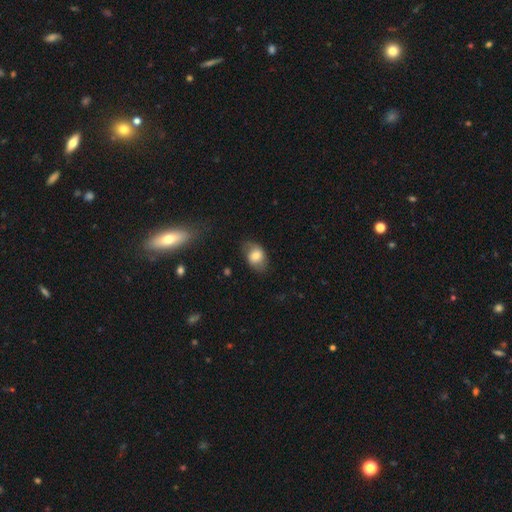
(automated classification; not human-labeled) A smooth galaxy with no disk features (69%) that is in between round and cigar-shaped (76%).

Vote fractions:
- Smooth or featured? smooth: 69% / featured or disk: 23% / star or artifact: 8%
- How rounded? in between: 76% / round: 22% / cigar-shaped: 1%
- Merging? none: 68% / minor disturbance: 22% / major disturbance: 8% / merger: 1%